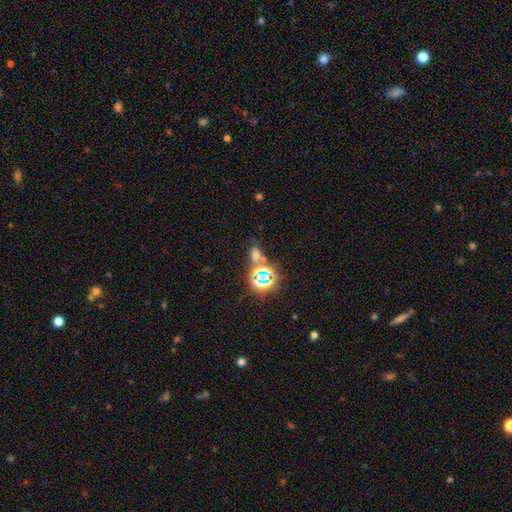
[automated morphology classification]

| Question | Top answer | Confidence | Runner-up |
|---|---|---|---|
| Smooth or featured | smooth | 47% | star or artifact (44%) |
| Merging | none | 61% | merger (21%) |